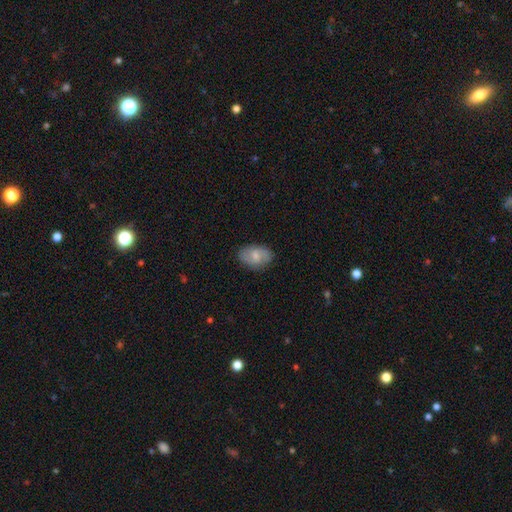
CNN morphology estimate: smooth-or-featured: smooth: 58% | featured or disk: 36% | star or artifact: 7%
  how-rounded: in between: 85% | round: 14% | cigar-shaped: 2%
  merging: none: 81% | minor disturbance: 14% | major disturbance: 3% | merger: 1%